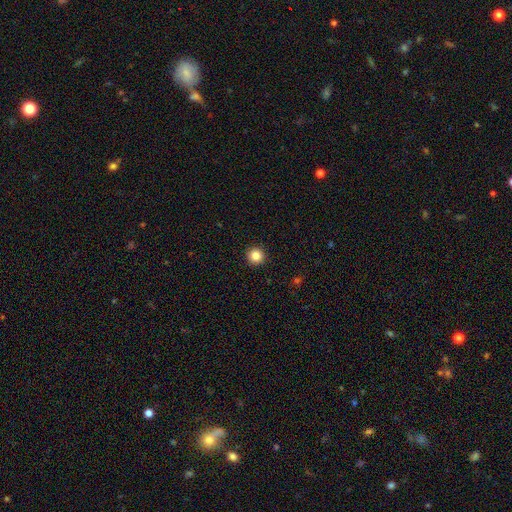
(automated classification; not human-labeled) Morphology: type=smooth (85%); roundness=round (96%); merging=none (93%).